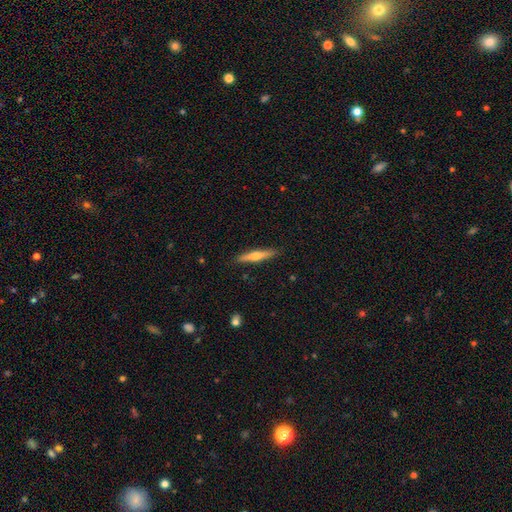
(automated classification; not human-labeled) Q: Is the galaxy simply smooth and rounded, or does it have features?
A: featured or disk — 48%.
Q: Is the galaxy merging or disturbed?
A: none — 90%.